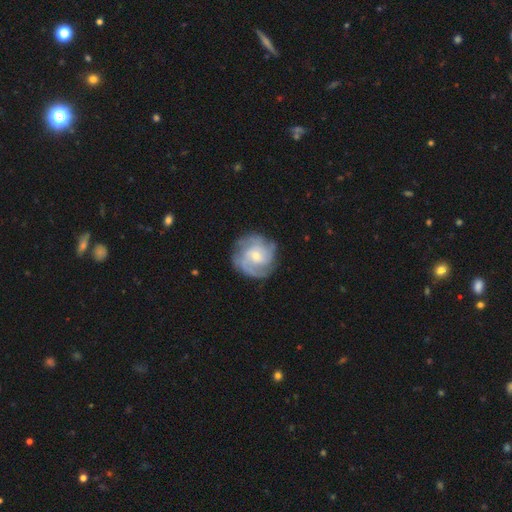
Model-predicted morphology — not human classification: smooth-or-featured: featured or disk: 78% | smooth: 16% | star or artifact: 6%
  disk-edge-on: no: 98% | yes: 2%
    bar: no: 60% | weak: 34% | strong: 5%
    has-spiral-arms: yes: 93% | no: 7%
      spiral-winding: tight: 45% | medium: 40% | loose: 14%
      spiral-arm-count: 3: 29% | can't tell: 27% | 2: 20% | 4: 12% | 1: 6% | more than 4: 5%
    bulge-size: small: 58% | moderate: 38% | large: 2% | none: 1% | dominant: 1%
  merging: none: 74% | minor disturbance: 17% | major disturbance: 7% | merger: 1%